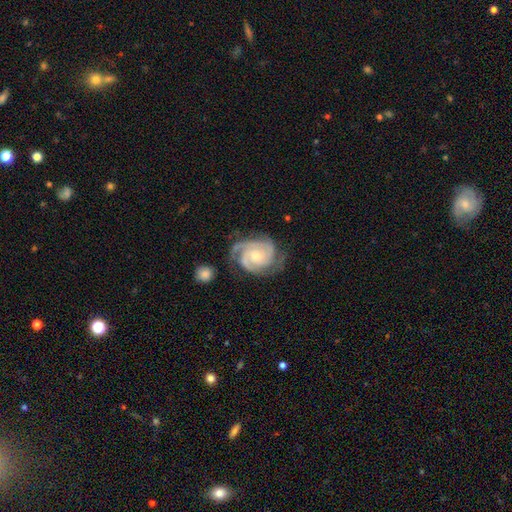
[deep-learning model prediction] smooth-or-featured: featured or disk: 91% | smooth: 5% | star or artifact: 4%
  disk-edge-on: no: 98% | yes: 2%
    bar: no: 71% | weak: 24% | strong: 5%
    has-spiral-arms: yes: 98% | no: 2%
      spiral-winding: tight: 65% | medium: 31% | loose: 4%
      spiral-arm-count: 3: 55% | 2: 24% | can't tell: 7% | 4: 7% | 1: 3% | more than 4: 3%
    bulge-size: moderate: 49% | small: 47% | large: 2% | none: 1% | dominant: 1%
  merging: none: 68% | minor disturbance: 21% | major disturbance: 9% | merger: 2%